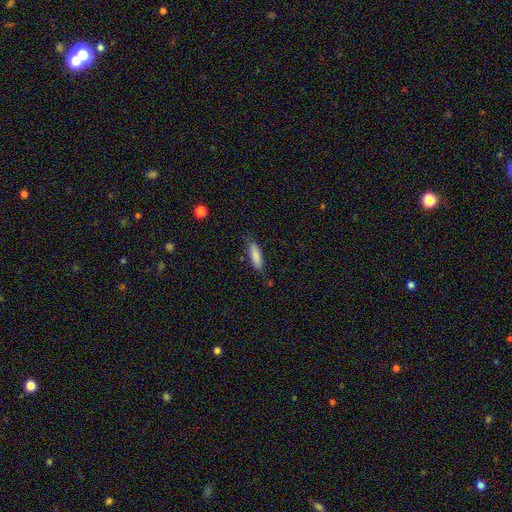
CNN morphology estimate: A smooth galaxy with no disk features (82%) that is cigar-shaped (52%). Merging: none (72%).